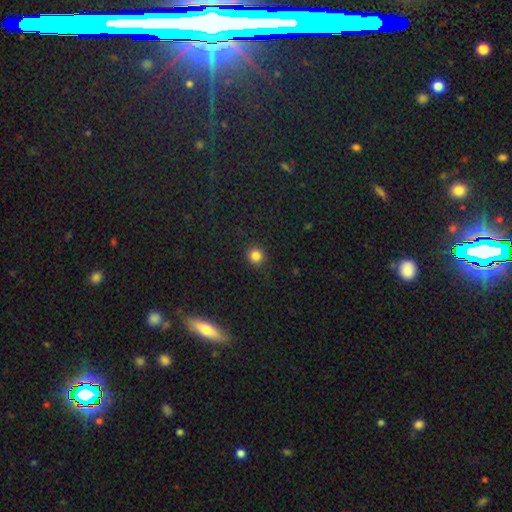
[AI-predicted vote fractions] Smooth or featured? smooth (83%)
How rounded? round (91%)
Merging? none (89%)